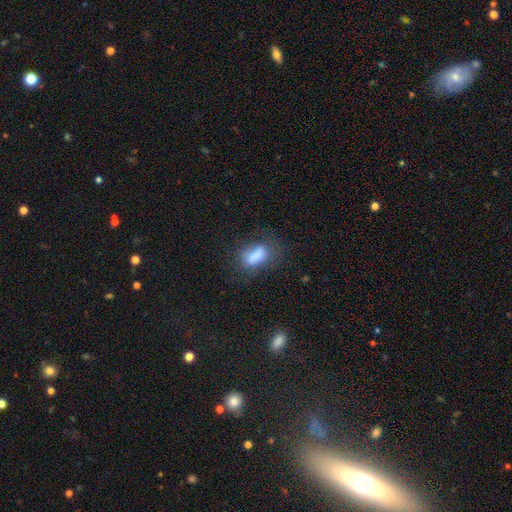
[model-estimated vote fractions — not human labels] The model was most divided on "merging": none: 56%, minor disturbance: 23%, major disturbance: 17%, merger: 4%. More confident: how rounded — in between (80%); smooth or featured — smooth (76%).